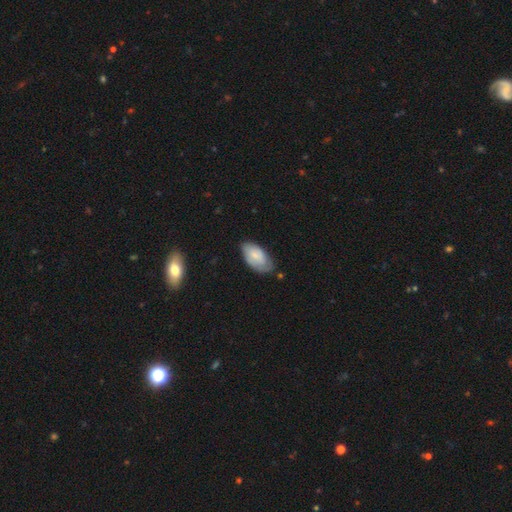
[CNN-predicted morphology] smooth-or-featured: smooth: 67% | featured or disk: 27% | star or artifact: 6%
  how-rounded: in between: 94% | round: 3% | cigar-shaped: 3%
  merging: none: 59% | minor disturbance: 32% | major disturbance: 7% | merger: 2%